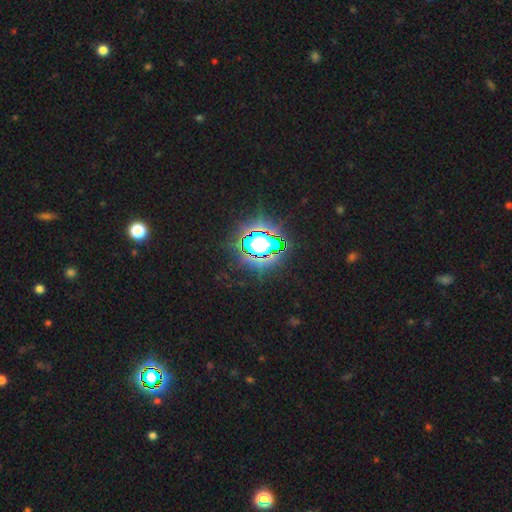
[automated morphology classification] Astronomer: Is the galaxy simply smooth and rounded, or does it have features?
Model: star or artifact — 74%.